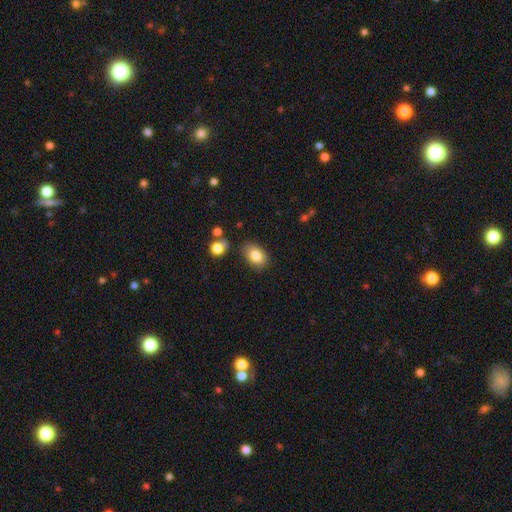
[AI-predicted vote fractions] Morphology: type=smooth (83%); roundness=in between (83%); merging=none (81%).